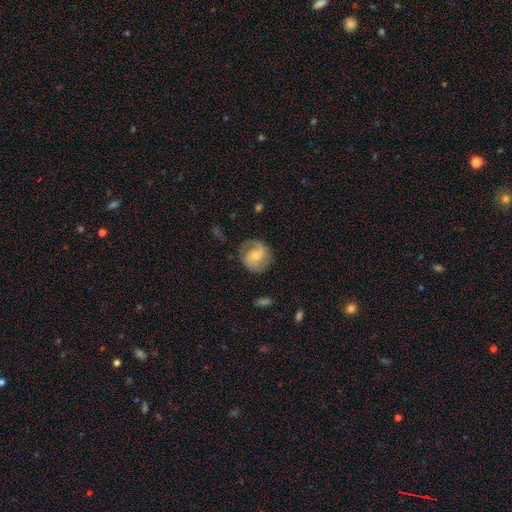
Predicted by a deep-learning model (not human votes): A featured or disk galaxy (66%) with no bar (56%), 2 (70%) medium (44%) spiral arms (91%) and a small central bulge (52%).

Vote fractions:
- Smooth or featured? featured or disk: 66% / smooth: 27% / star or artifact: 7%
- Edge-on disk? no: 98% / yes: 2%
- Bar? no: 56% / weak: 37% / strong: 7%
- Spiral arms? yes: 91% / no: 9%
- Spiral winding? medium: 44% / tight: 30% / loose: 26%
- Spiral arm count? 2: 70% / 1: 12% / can't tell: 11% / 3: 4% / 4: 2% / more than 4: 1%
- Bulge size? small: 52% / moderate: 41% / none: 3% / large: 2% / dominant: 1%
- Merging? none: 72% / minor disturbance: 18% / major disturbance: 9% / merger: 1%